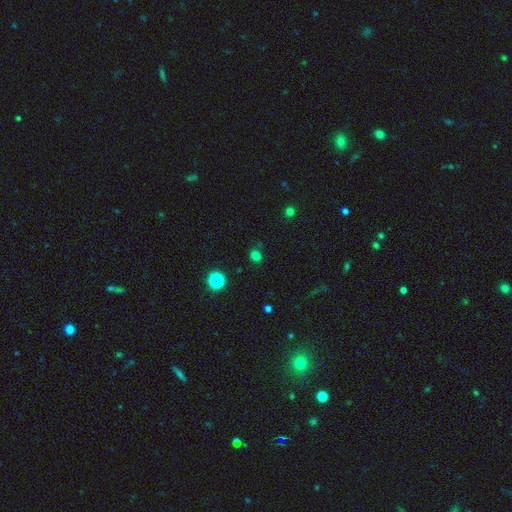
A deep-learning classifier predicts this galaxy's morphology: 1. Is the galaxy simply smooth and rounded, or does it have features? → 68% smooth, 26% star or artifact, 6% featured or disk.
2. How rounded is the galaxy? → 68% round, 31% in between, 1% cigar-shaped.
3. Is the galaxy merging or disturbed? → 78% none, 14% minor disturbance, 4% major disturbance, 4% merger.